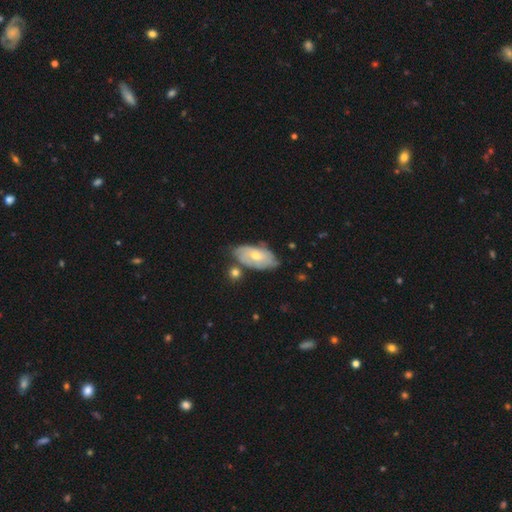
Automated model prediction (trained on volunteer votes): This appears to be a featured or disk galaxy (53%). Merging: none (64%).